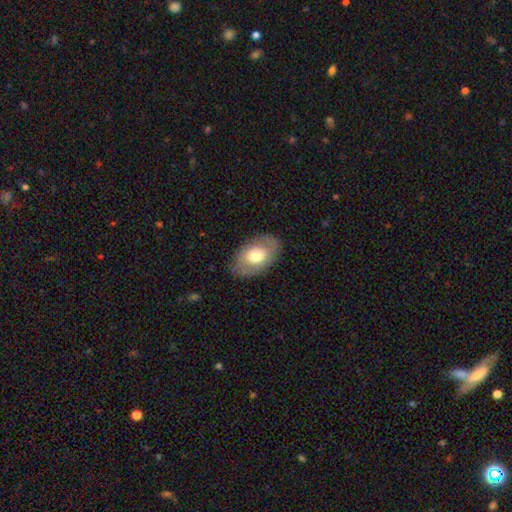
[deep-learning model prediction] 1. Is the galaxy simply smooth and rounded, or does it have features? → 64% smooth, 30% featured or disk, 6% star or artifact.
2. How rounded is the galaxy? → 87% in between, 11% round, 1% cigar-shaped.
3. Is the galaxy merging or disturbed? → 82% none, 13% minor disturbance, 4% major disturbance, 1% merger.